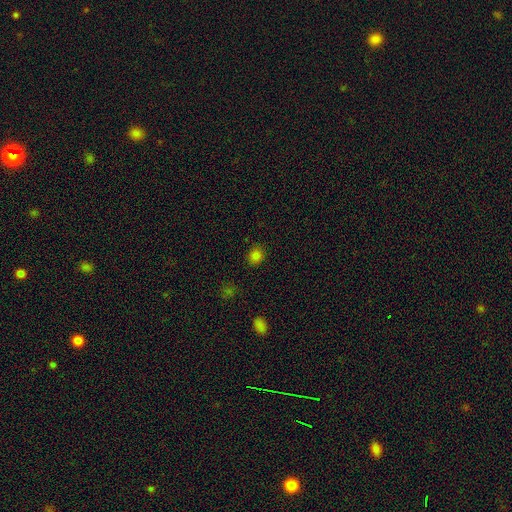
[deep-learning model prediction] smooth-or-featured: smooth: 81% | star or artifact: 15% | featured or disk: 4%
  how-rounded: round: 74% | in between: 25% | cigar-shaped: 1%
  merging: none: 88% | minor disturbance: 8% | major disturbance: 2% | merger: 2%